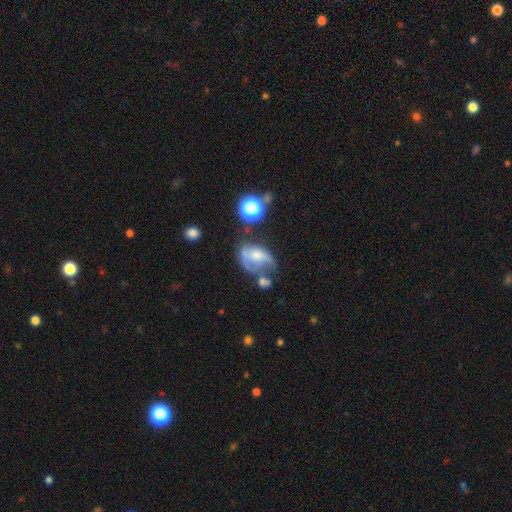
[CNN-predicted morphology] Q: Smooth or featured?
A: featured or disk (47%); runner-up: smooth (42%)
Q: Merging?
A: major disturbance (34%); runner-up: minor disturbance (24%)